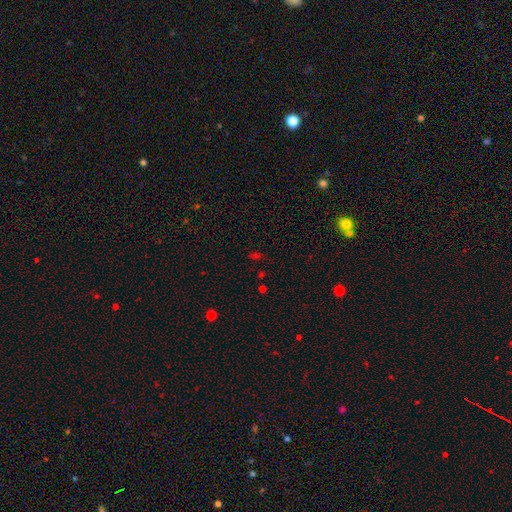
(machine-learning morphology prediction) type=star or artifact (51%).